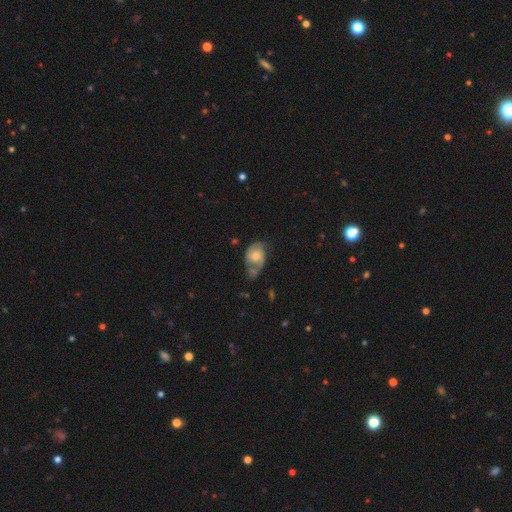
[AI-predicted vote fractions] Q: Smooth or featured?
A: featured or disk (58%); runner-up: smooth (35%)
Q: Edge-on disk?
A: no (97%); runner-up: yes (3%)
Q: Bar?
A: no (67%); runner-up: weak (28%)
Q: Spiral arms?
A: yes (83%); runner-up: no (17%)
Q: Bulge size?
A: moderate (41%); runner-up: small (23%)
Q: Merging?
A: none (36%); runner-up: minor disturbance (27%)